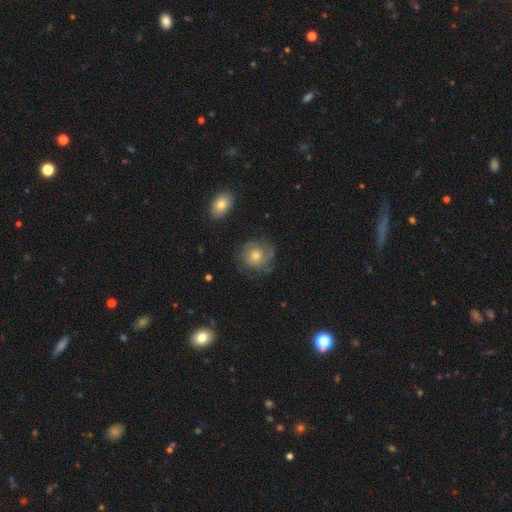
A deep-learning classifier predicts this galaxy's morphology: The model was most divided on "smooth or featured": featured or disk: 51%, smooth: 37%, star or artifact: 12%. More confident: edge-on disk — no (97%); merging — none (71%).